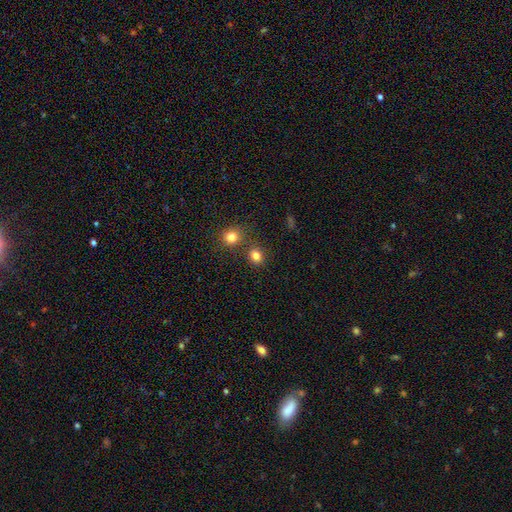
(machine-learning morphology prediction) Overall: smooth (81%). How rounded: round (71%). Merging: none (74%).